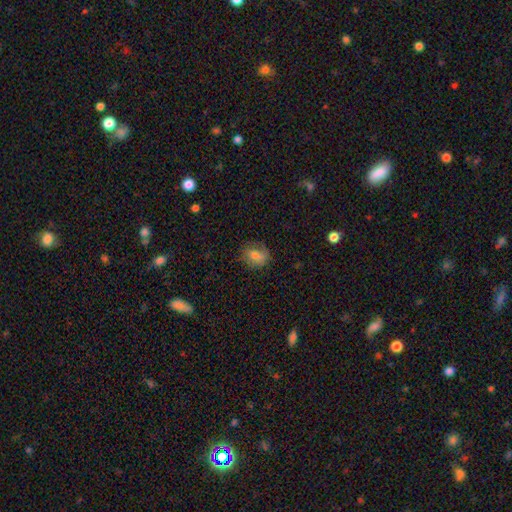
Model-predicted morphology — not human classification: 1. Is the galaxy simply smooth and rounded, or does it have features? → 69% smooth, 19% featured or disk, 11% star or artifact.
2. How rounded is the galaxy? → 52% in between, 46% round, 2% cigar-shaped.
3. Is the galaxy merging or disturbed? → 73% none, 19% minor disturbance, 7% major disturbance, 1% merger.